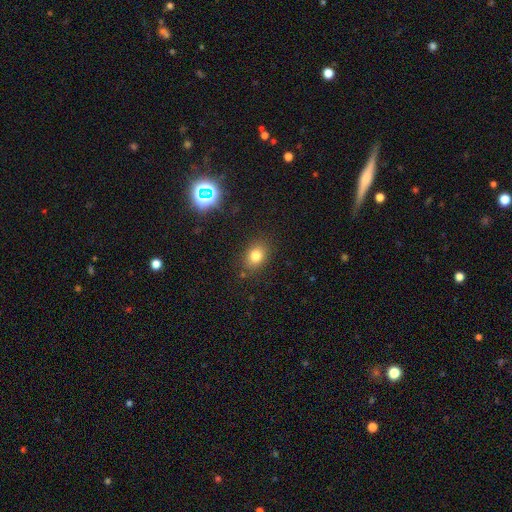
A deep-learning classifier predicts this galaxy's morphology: This appears to be a smooth galaxy with no disk features (77%) that is in between round and cigar-shaped (60%). Merging: none (84%).